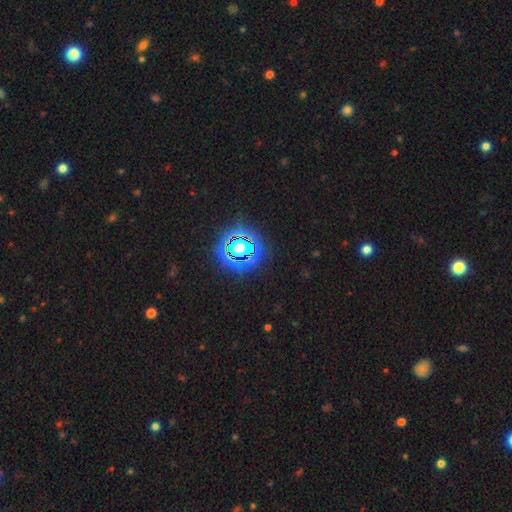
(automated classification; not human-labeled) A star or artifact, not a galaxy (82%).

Vote fractions:
- Smooth or featured? star or artifact: 82% / smooth: 12% / featured or disk: 7%